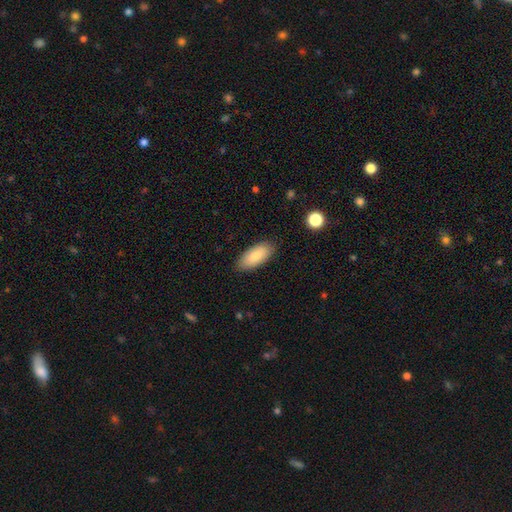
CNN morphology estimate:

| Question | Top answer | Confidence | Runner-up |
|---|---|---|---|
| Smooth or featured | smooth | 84% | featured or disk (10%) |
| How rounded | in between | 88% | cigar-shaped (11%) |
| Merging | none | 86% | minor disturbance (11%) |